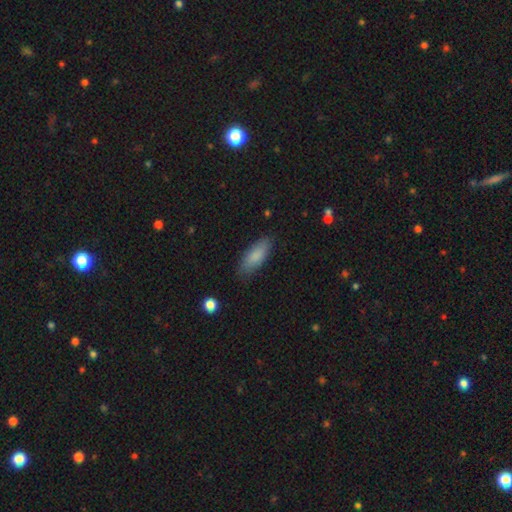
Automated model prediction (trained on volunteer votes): The model was most divided on "how rounded": in between: 70%, cigar-shaped: 28%, round: 2%. More confident: smooth or featured — smooth (84%); merging — none (81%).